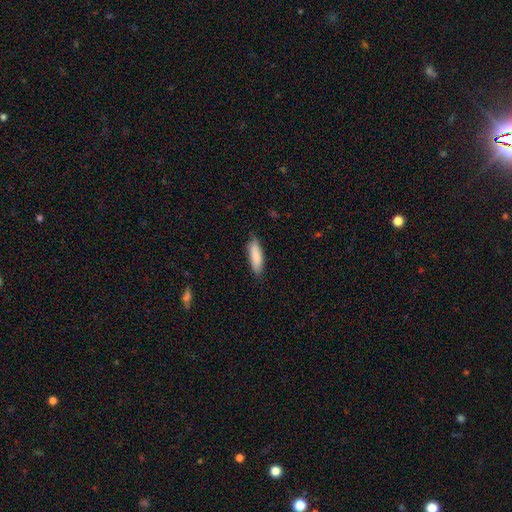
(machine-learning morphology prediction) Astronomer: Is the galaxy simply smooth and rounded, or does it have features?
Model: smooth — 87%.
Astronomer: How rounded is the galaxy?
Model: cigar-shaped — 56% (runner-up: in between, 42%).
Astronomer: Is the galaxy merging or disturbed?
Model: none — 82%.